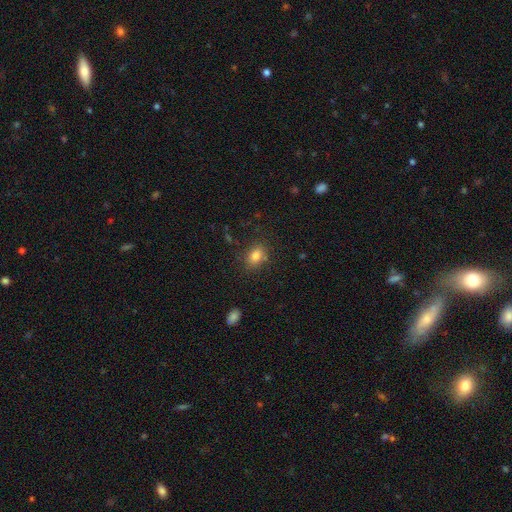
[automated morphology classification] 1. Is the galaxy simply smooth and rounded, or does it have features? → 82% smooth, 11% star or artifact, 7% featured or disk.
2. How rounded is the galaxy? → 72% in between, 27% round, 2% cigar-shaped.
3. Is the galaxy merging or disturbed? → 80% none, 13% minor disturbance, 4% major disturbance, 3% merger.